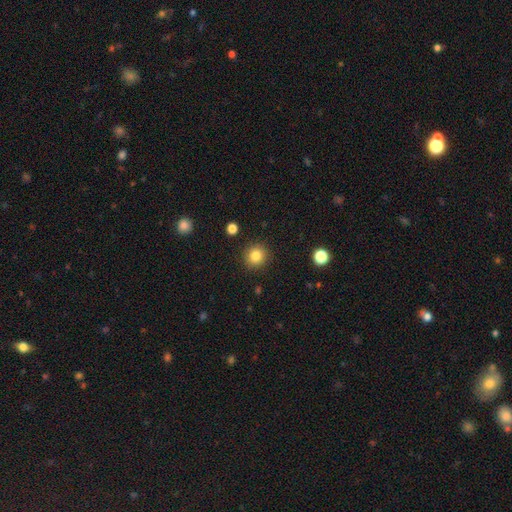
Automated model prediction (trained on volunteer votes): Smooth or featured?
  - smooth: 83% *
  - star or artifact: 11%
  - featured or disk: 6%
How rounded?
  - round: 90% *
  - in between: 9%
  - cigar-shaped: 1%
Merging?
  - none: 90% *
  - minor disturbance: 6%
  - major disturbance: 2%
  - merger: 1%